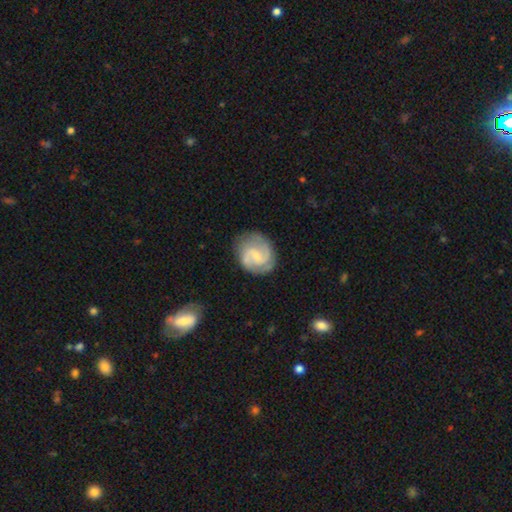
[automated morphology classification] Smooth or featured?
  - featured or disk: 82% *
  - smooth: 13%
  - star or artifact: 5%
Edge-on disk?
  - no: 98% *
  - yes: 2%
Bar?
  - weak: 55% *
  - no: 34%
  - strong: 11%
Spiral arms?
  - yes: 96% *
  - no: 4%
Spiral winding?
  - medium: 51% *
  - tight: 32%
  - loose: 17%
Spiral arm count?
  - 2: 81% *
  - can't tell: 7%
  - 3: 6%
  - 1: 2%
  - 4: 2%
  - more than 4: 2%
Bulge size?
  - small: 64% *
  - moderate: 25%
  - none: 9%
  - large: 2%
  - dominant: 1%
Merging?
  - none: 77% *
  - minor disturbance: 16%
  - major disturbance: 5%
  - merger: 2%